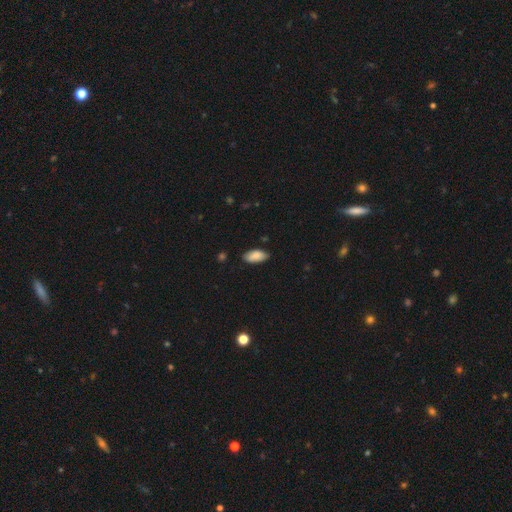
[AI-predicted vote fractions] smooth_or_featured: smooth (p=0.87) [alt: featured or disk p=0.07]
how_rounded: in between (p=0.91) [alt: cigar-shaped p=0.07]
merging: none (p=0.82) [alt: minor disturbance p=0.14]